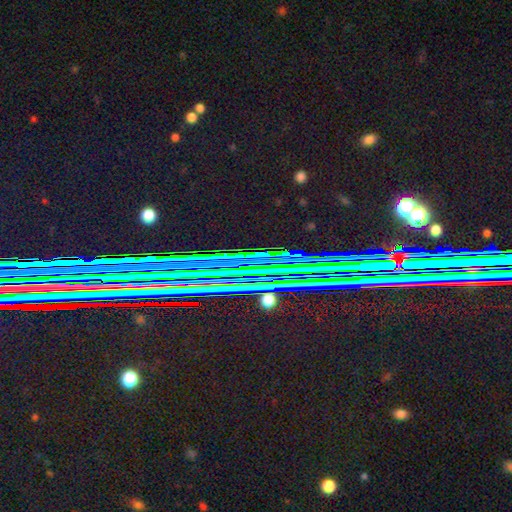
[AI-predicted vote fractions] Smooth or featured?
  - star or artifact: 83% *
  - featured or disk: 9%
  - smooth: 8%